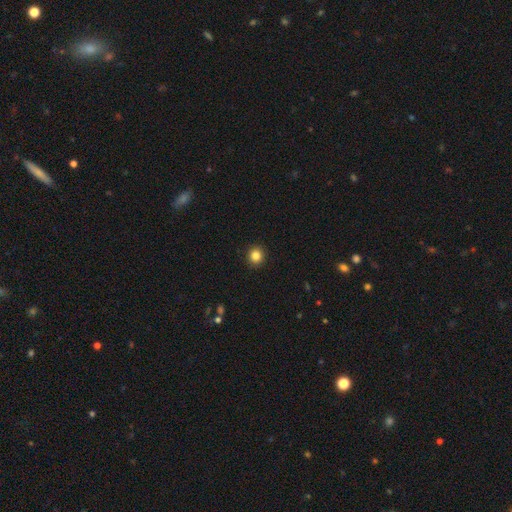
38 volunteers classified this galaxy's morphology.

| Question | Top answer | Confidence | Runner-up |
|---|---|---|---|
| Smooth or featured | smooth | 95% | featured or disk (5%) |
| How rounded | round | 89% | in between (8%) |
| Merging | none | 97% | major disturbance (3%) |